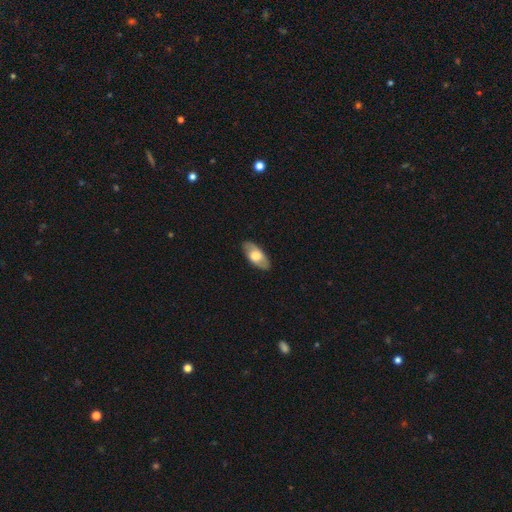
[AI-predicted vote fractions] Smooth or featured?
  - smooth: 57% *
  - featured or disk: 37%
  - star or artifact: 6%
How rounded?
  - in between: 89% *
  - cigar-shaped: 8%
  - round: 3%
Merging?
  - none: 86% *
  - minor disturbance: 10%
  - major disturbance: 2%
  - merger: 1%